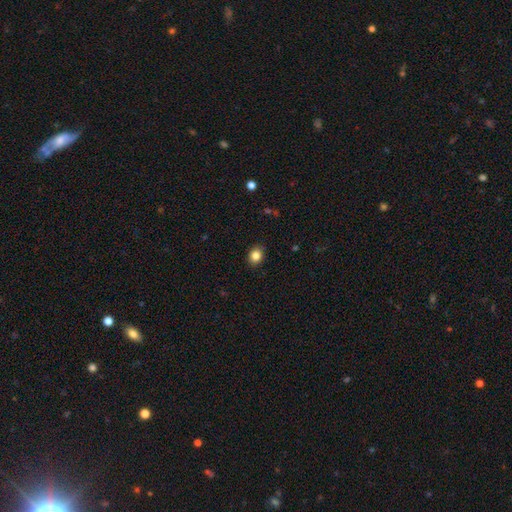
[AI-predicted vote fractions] Morphology: type=smooth (84%); roundness=round (55%); merging=none (89%).